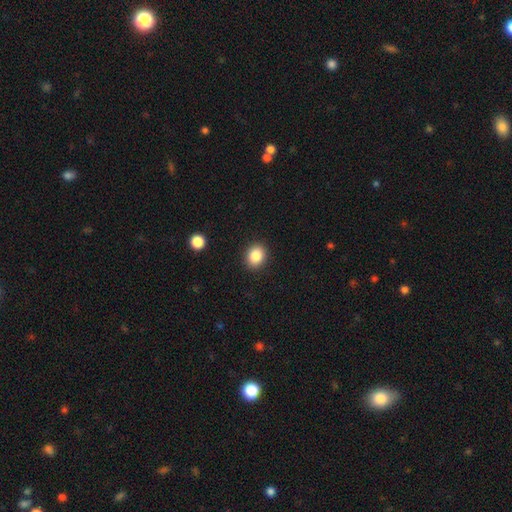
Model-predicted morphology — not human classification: A smooth galaxy with no disk features (86%) that is round (56%).

Vote fractions:
- Smooth or featured? smooth: 86% / star or artifact: 9% / featured or disk: 5%
- How rounded? round: 56% / in between: 43% / cigar-shaped: 1%
- Merging? none: 90% / minor disturbance: 7% / major disturbance: 2% / merger: 1%